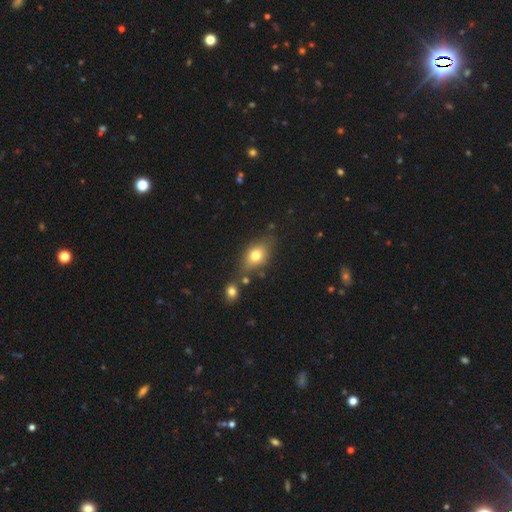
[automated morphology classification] A smooth galaxy with no disk features (72%) that is in between round and cigar-shaped (74%). Merging: none (66%).